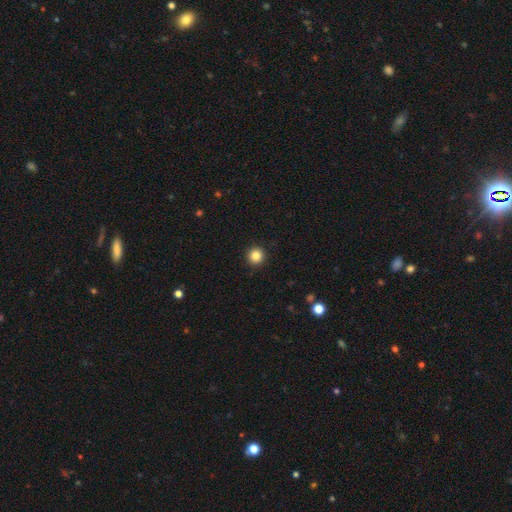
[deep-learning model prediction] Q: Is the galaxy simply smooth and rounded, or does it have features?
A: smooth — 85%.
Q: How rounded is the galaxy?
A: round — 95%.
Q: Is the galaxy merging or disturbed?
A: none — 94%.